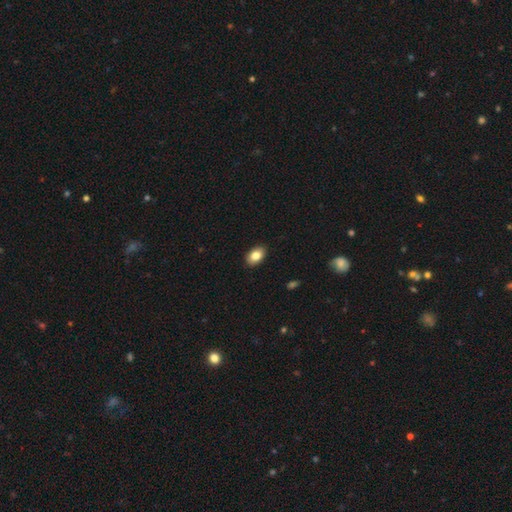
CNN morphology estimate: Overall: smooth (83%). How rounded: in between (88%). Merging: none (90%).